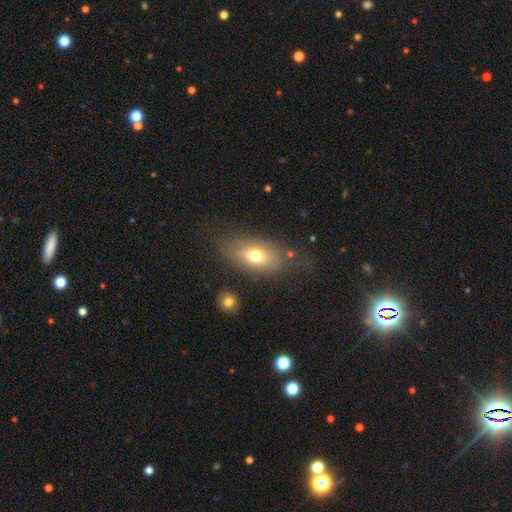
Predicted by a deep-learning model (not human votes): Smooth or featured?
  - smooth: 70% *
  - featured or disk: 20%
  - star or artifact: 10%
How rounded?
  - in between: 86% *
  - round: 10%
  - cigar-shaped: 5%
Merging?
  - none: 66% *
  - minor disturbance: 18%
  - major disturbance: 11%
  - merger: 4%